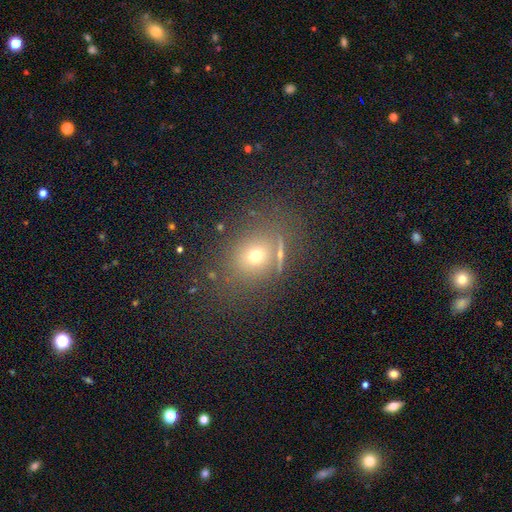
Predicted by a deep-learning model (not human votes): The model was most divided on "how rounded": round: 56%, in between: 42%, cigar-shaped: 2%. More confident: merging — none (72%); smooth or featured — smooth (62%).